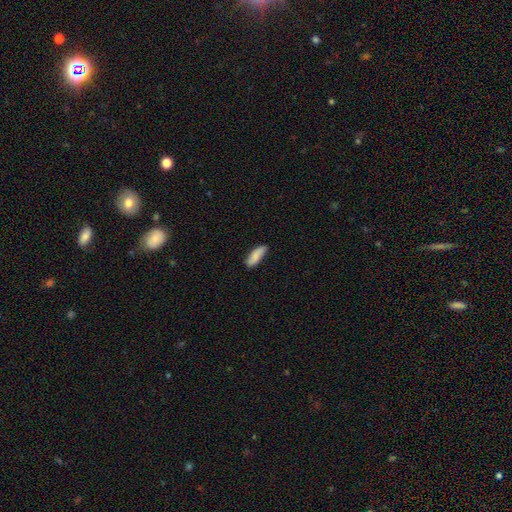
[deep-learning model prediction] Smooth or featured?
  - smooth: 82% *
  - featured or disk: 12%
  - star or artifact: 6%
How rounded?
  - in between: 61% *
  - cigar-shaped: 37%
  - round: 2%
Merging?
  - none: 78% *
  - minor disturbance: 18%
  - major disturbance: 3%
  - merger: 1%